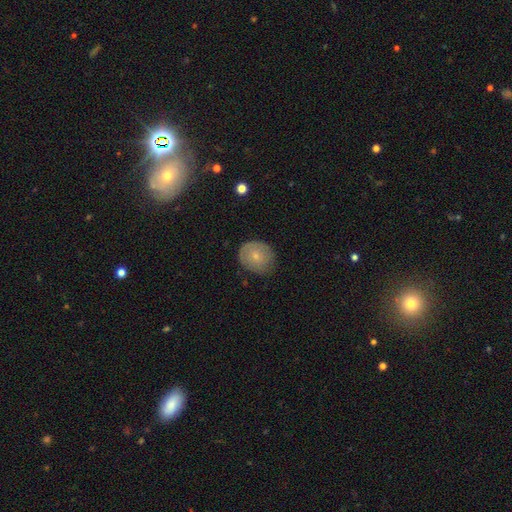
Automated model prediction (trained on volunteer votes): This appears to be a smooth galaxy with no disk features (63%) that is round (73%). Merging: none (73%).